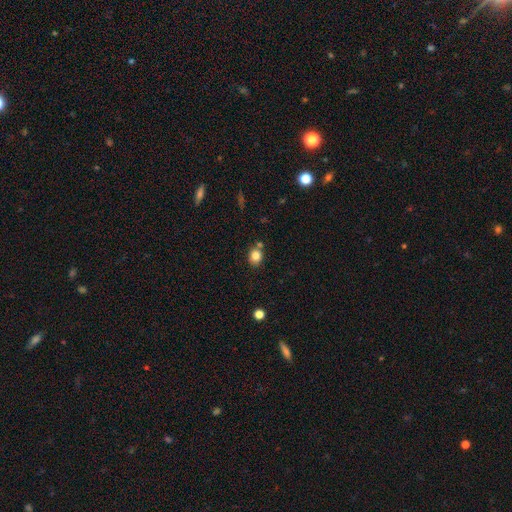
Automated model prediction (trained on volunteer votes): smooth 82%, star or artifact 11%, featured or disk 7%. Down the decision tree: how rounded — round (68%); merging — none (73%).